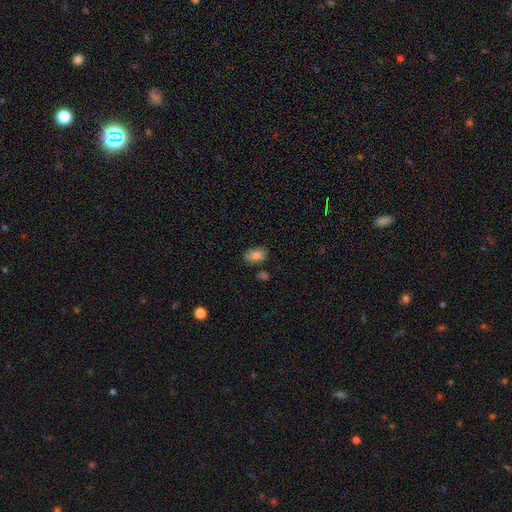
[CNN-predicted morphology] Smooth or featured? smooth (83%)
How rounded? in between (89%)
Merging? none (78%)